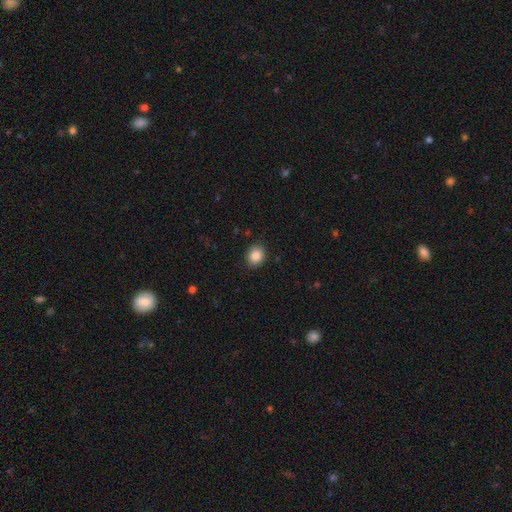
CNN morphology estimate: smooth-or-featured: smooth: 86% | star or artifact: 9% | featured or disk: 5%
  how-rounded: round: 62% | in between: 38% | cigar-shaped: 1%
  merging: none: 87% | minor disturbance: 10% | major disturbance: 2% | merger: 1%